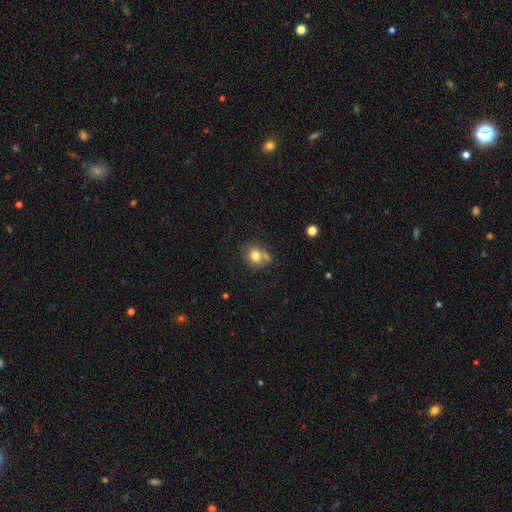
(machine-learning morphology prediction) type=smooth (79%); roundness=round (67%); merging=none (52%).